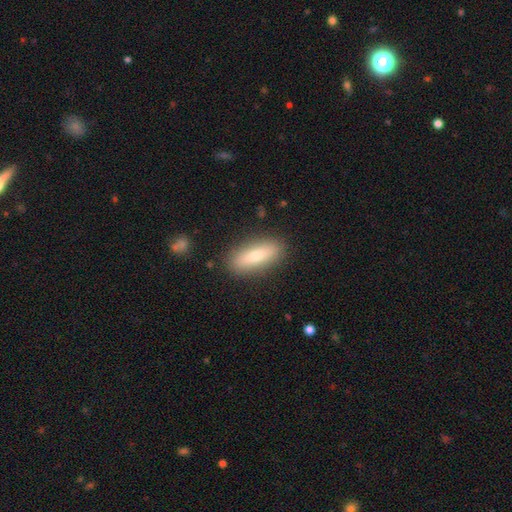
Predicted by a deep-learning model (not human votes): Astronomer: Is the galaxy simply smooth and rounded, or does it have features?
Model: smooth — 74%.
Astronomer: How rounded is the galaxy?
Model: in between — 58% (runner-up: cigar-shaped, 39%).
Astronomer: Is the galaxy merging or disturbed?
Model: none — 86%.